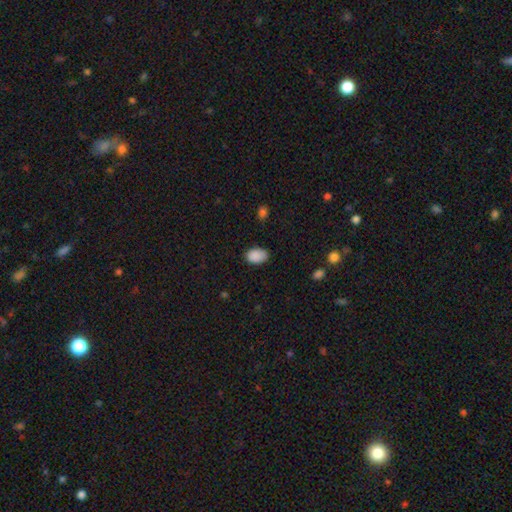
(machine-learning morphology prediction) smooth 89%, star or artifact 8%, featured or disk 3%. Down the decision tree: how rounded — in between (87%); merging — none (81%).